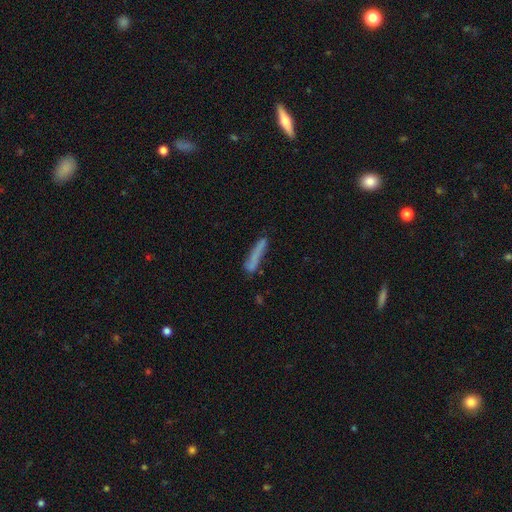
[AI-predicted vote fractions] Morphology: type=smooth (68%); roundness=cigar-shaped (92%); merging=none (71%).